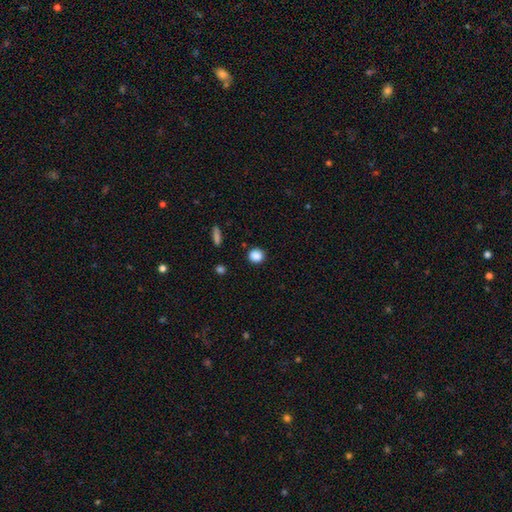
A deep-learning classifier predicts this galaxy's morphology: Smooth or featured?
  - smooth: 87% *
  - star or artifact: 10%
  - featured or disk: 3%
How rounded?
  - round: 84% *
  - in between: 15%
  - cigar-shaped: 1%
Merging?
  - none: 90% *
  - minor disturbance: 7%
  - major disturbance: 2%
  - merger: 2%